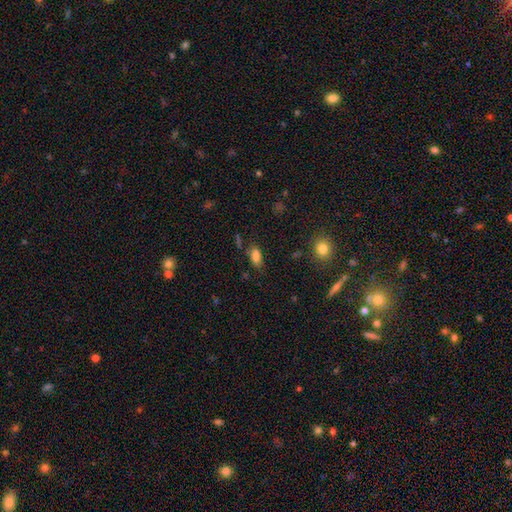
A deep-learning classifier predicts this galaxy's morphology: Smooth or featured? smooth (81%)
How rounded? in between (87%)
Merging? none (65%)